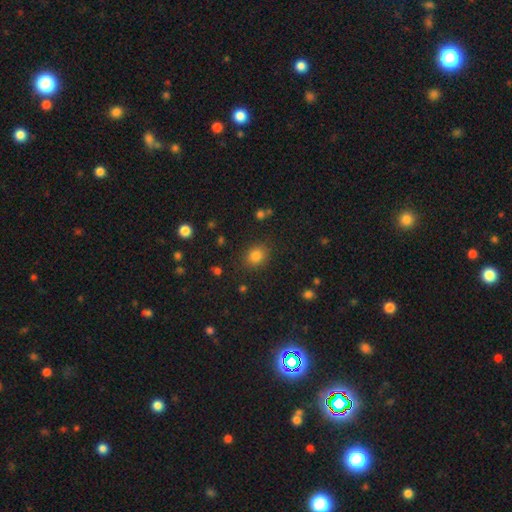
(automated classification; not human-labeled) Q: Smooth or featured?
A: smooth (82%); runner-up: star or artifact (13%)
Q: How rounded?
A: round (66%); runner-up: in between (33%)
Q: Merging?
A: none (84%); runner-up: minor disturbance (10%)